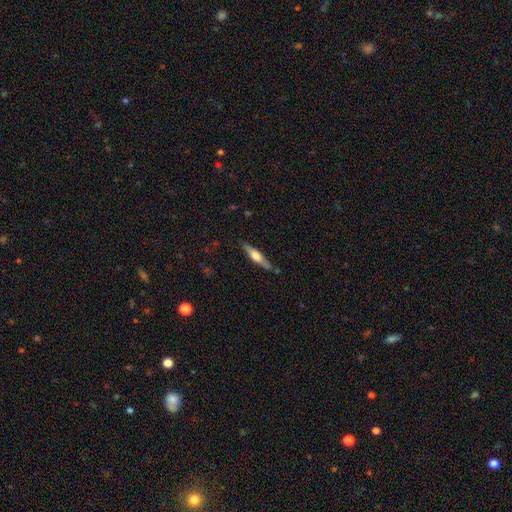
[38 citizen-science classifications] Smooth or featured? 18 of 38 (47%) said smooth. How rounded? 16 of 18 (89%) said cigar-shaped. Merging? 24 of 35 (69%) said none.